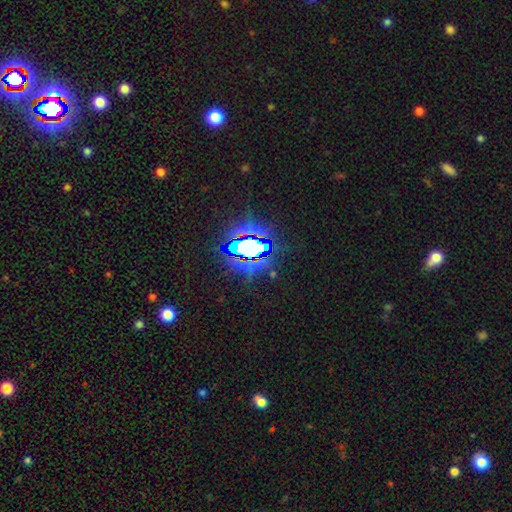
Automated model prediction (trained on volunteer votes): Smooth or featured: star or artifact — 82% (smooth — 10%)